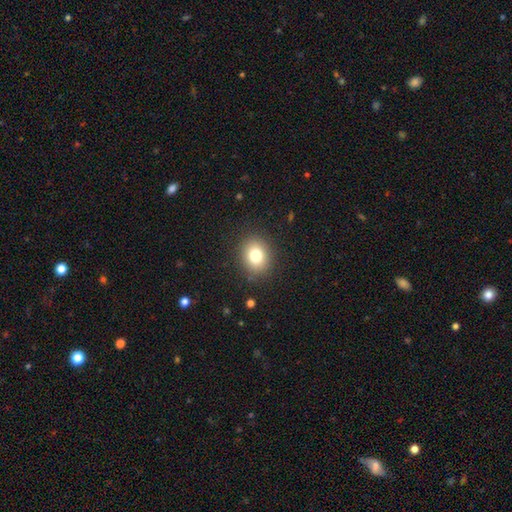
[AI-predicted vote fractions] The model was most divided on "how rounded": round: 62%, in between: 37%, cigar-shaped: 1%. More confident: merging — none (88%); smooth or featured — smooth (79%).